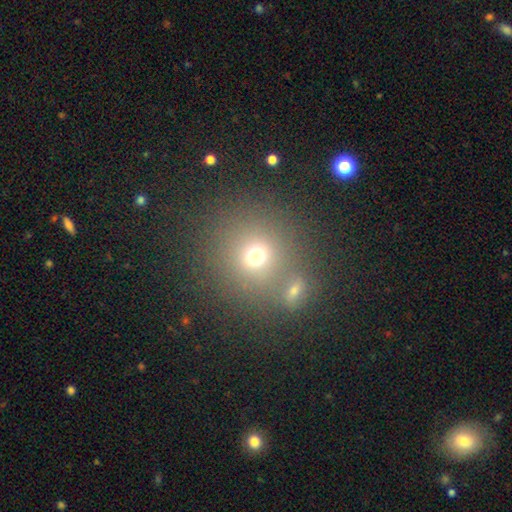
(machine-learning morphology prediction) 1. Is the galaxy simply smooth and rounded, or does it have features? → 71% smooth, 18% star or artifact, 11% featured or disk.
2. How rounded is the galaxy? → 83% round, 16% in between, 1% cigar-shaped.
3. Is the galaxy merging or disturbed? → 54% none, 32% merger, 8% minor disturbance, 5% major disturbance.